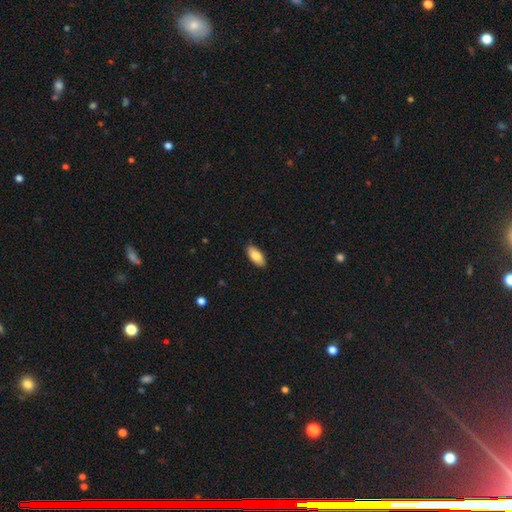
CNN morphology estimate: A smooth galaxy with no disk features (84%) that is in between round and cigar-shaped (88%).

Vote fractions:
- Smooth or featured? smooth: 84% / featured or disk: 10% / star or artifact: 6%
- How rounded? in between: 88% / cigar-shaped: 10% / round: 2%
- Merging? none: 88% / minor disturbance: 10% / major disturbance: 2% / merger: 1%